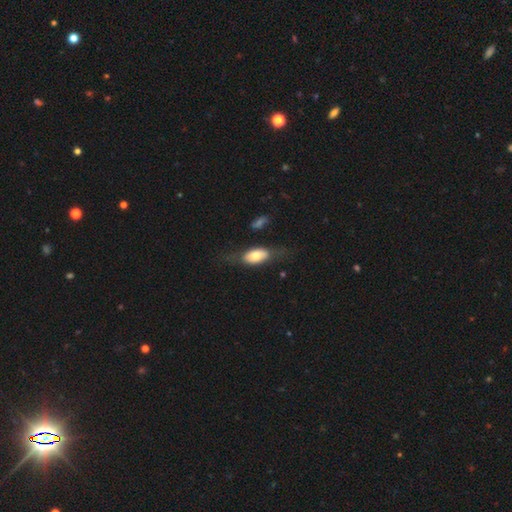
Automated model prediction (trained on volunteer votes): Smooth or featured?
  - smooth: 59% *
  - featured or disk: 35%
  - star or artifact: 6%
How rounded?
  - in between: 82% *
  - cigar-shaped: 13%
  - round: 5%
Merging?
  - none: 60% *
  - minor disturbance: 20%
  - major disturbance: 17%
  - merger: 4%